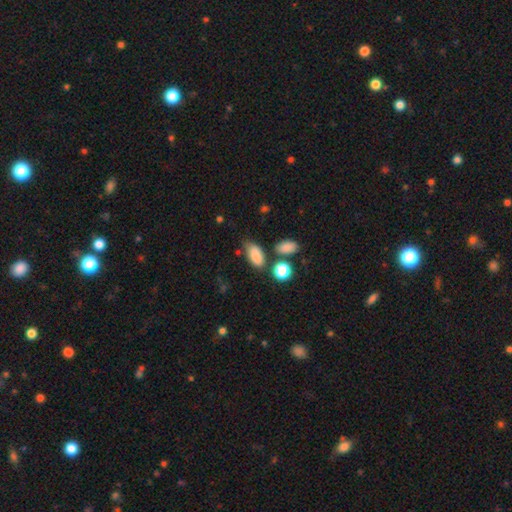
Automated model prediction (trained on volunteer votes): A smooth galaxy with no disk features (83%) that is in between round and cigar-shaped (89%).

Vote fractions:
- Smooth or featured? smooth: 83% / star or artifact: 9% / featured or disk: 8%
- How rounded? in between: 89% / round: 7% / cigar-shaped: 4%
- Merging? none: 58% / minor disturbance: 22% / merger: 12% / major disturbance: 7%